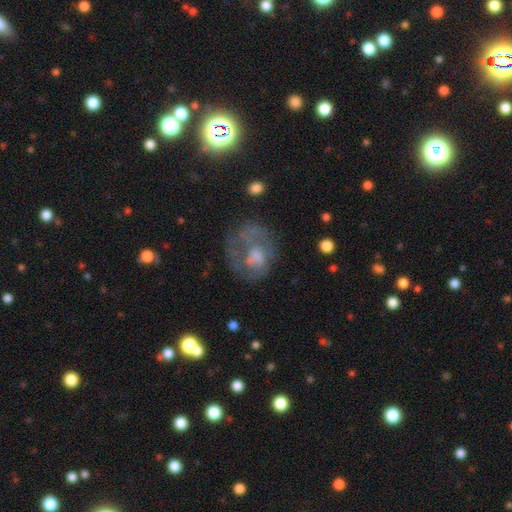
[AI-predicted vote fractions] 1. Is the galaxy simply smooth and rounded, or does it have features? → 52% featured or disk, 36% smooth, 12% star or artifact.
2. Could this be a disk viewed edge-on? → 97% no, 3% yes.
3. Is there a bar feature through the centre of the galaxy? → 82% no, 15% weak, 3% strong.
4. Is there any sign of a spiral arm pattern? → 69% no, 31% yes.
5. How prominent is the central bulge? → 35% moderate, 29% none, 20% small, 14% large, 2% dominant.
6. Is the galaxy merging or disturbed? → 39% none, 35% major disturbance, 20% minor disturbance, 6% merger.